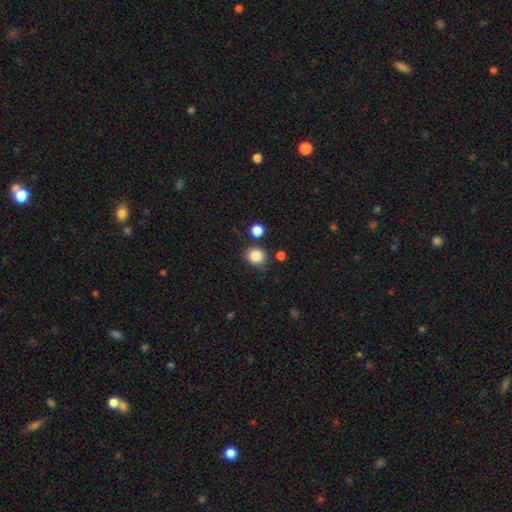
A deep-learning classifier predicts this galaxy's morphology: Q: Smooth or featured?
A: smooth (86%); runner-up: star or artifact (10%)
Q: How rounded?
A: round (80%); runner-up: in between (19%)
Q: Merging?
A: none (73%); runner-up: minor disturbance (15%)